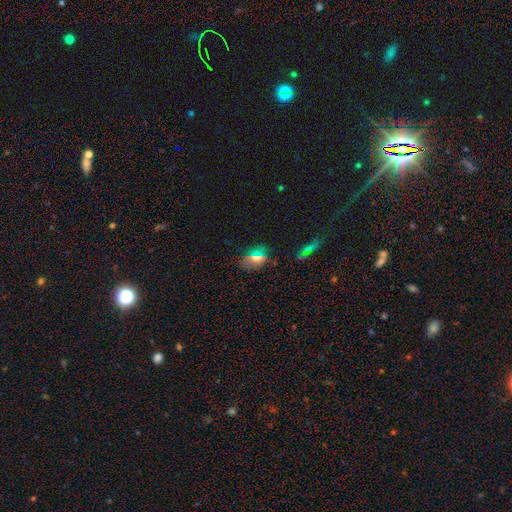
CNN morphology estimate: Smooth or featured?
  - smooth: 57% *
  - star or artifact: 26%
  - featured or disk: 17%
How rounded?
  - in between: 71% *
  - round: 23%
  - cigar-shaped: 5%
Merging?
  - none: 77% *
  - minor disturbance: 15%
  - major disturbance: 6%
  - merger: 3%